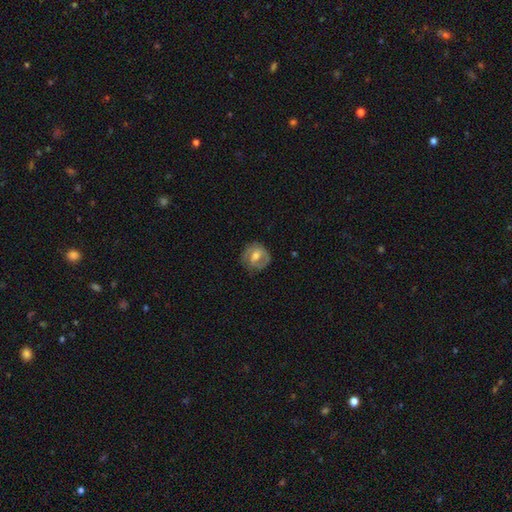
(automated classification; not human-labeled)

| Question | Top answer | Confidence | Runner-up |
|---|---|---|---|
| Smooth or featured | featured or disk | 59% | smooth (35%) |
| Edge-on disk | no | 96% | yes (4%) |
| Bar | weak | 46% | no (30%) |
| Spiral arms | yes | 65% | no (35%) |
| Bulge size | moderate | 68% | small (22%) |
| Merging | none | 73% | minor disturbance (19%) |